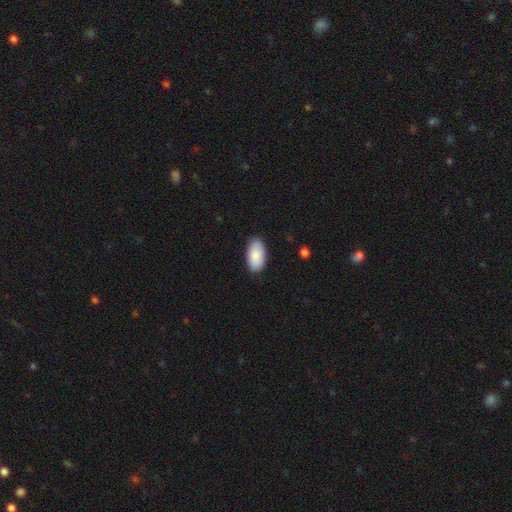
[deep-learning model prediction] This is clearly a smooth galaxy (88%). How rounded: clearly in between (96%). Merging: clearly none (87%).